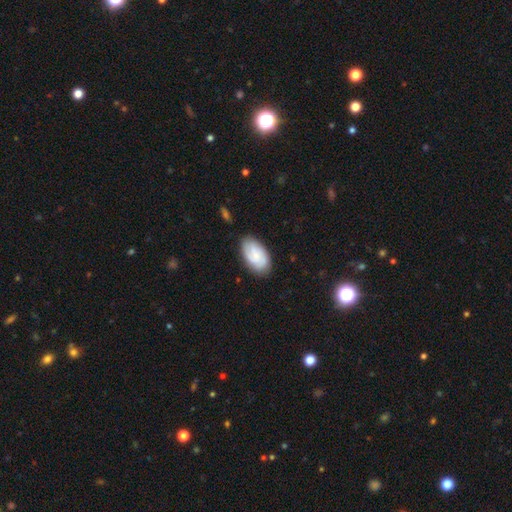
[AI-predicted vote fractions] A smooth galaxy with no disk features (51%) that is in between round and cigar-shaped (93%). Merging: none (79%).